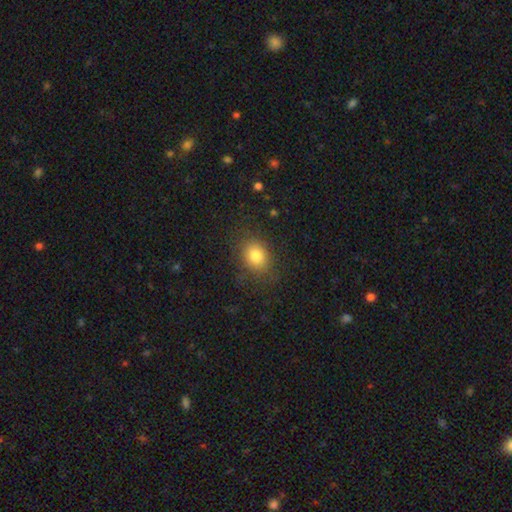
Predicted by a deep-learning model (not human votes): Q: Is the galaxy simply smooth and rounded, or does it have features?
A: smooth — 81%.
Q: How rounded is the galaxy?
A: in between — 54%.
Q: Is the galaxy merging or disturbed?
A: none — 81%.